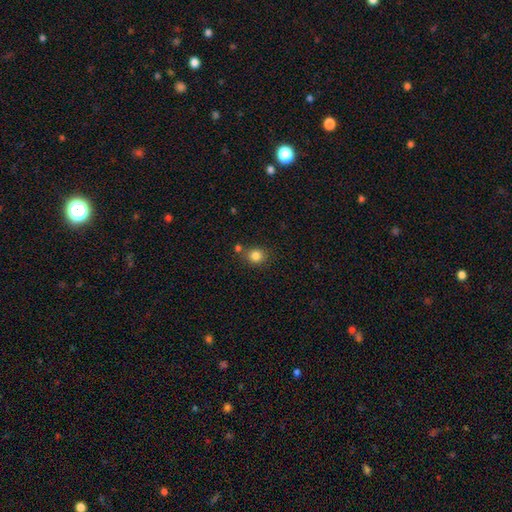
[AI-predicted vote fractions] smooth 84%, star or artifact 11%, featured or disk 5%. Down the decision tree: how rounded — round (78%); merging — none (71%).